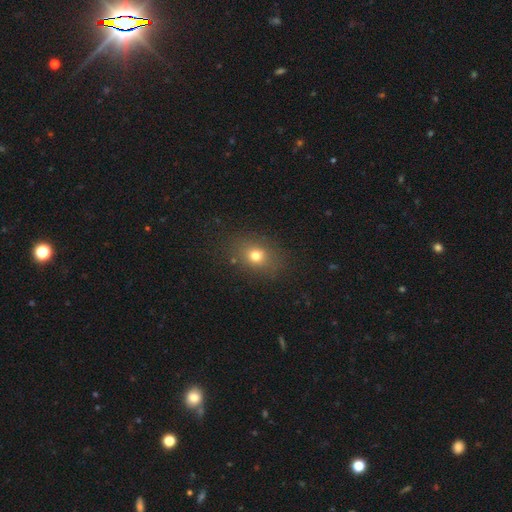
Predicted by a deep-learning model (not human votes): Smooth or featured: smooth — 73% (star or artifact — 16%)
How rounded: in between — 51% (round — 48%)
Merging: none — 83% (minor disturbance — 11%)